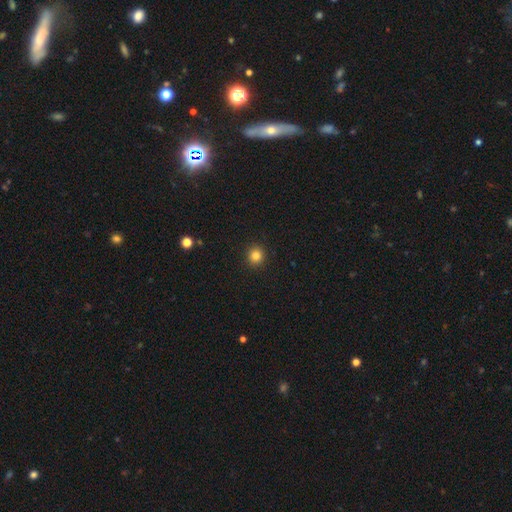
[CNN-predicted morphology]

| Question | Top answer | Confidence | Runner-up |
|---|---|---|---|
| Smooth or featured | smooth | 83% | star or artifact (12%) |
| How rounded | round | 93% | in between (6%) |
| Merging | none | 93% | minor disturbance (5%) |